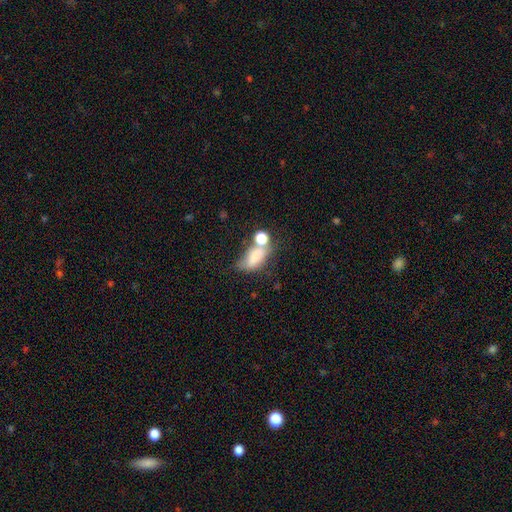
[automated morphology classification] Smooth or featured? smooth (72%)
How rounded? in between (82%)
Merging? merger (37%)